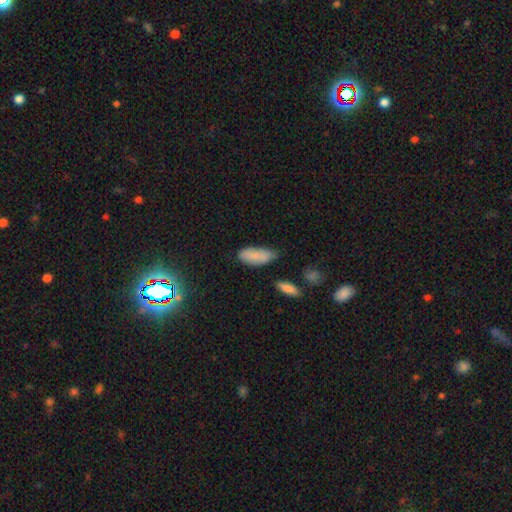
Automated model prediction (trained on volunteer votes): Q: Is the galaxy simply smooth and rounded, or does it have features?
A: smooth — 81%.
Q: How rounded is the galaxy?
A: in between — 82%.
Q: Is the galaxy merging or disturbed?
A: none — 60%.